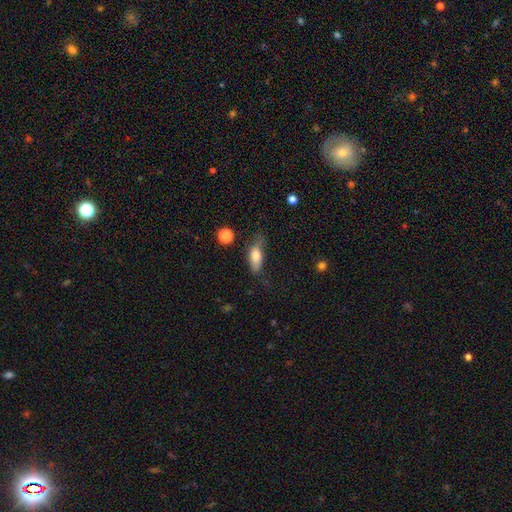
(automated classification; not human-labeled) smooth_or_featured: smooth (p=0.75) [alt: featured or disk p=0.17]
how_rounded: in between (p=0.75) [alt: cigar-shaped p=0.19]
merging: none (p=0.48) [alt: minor disturbance p=0.33]